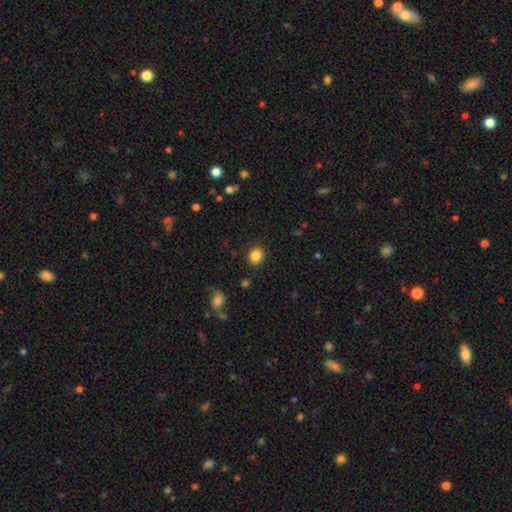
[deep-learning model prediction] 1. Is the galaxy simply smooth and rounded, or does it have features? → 86% smooth, 10% star or artifact, 4% featured or disk.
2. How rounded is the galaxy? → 73% round, 26% in between, 1% cigar-shaped.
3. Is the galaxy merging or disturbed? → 88% none, 8% minor disturbance, 2% major disturbance, 1% merger.